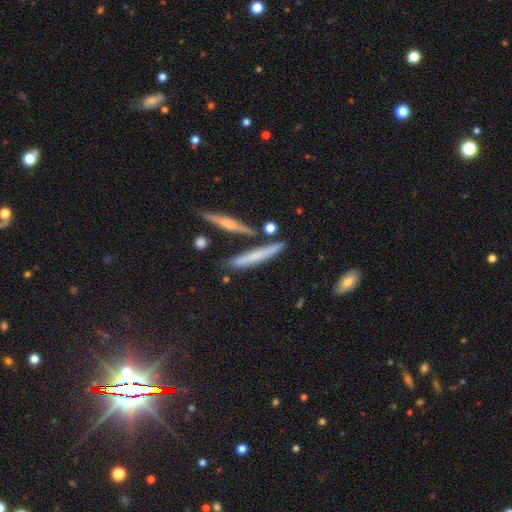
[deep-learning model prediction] Smooth or featured? smooth (50%)
How rounded? cigar-shaped (88%)
Merging? none (75%)